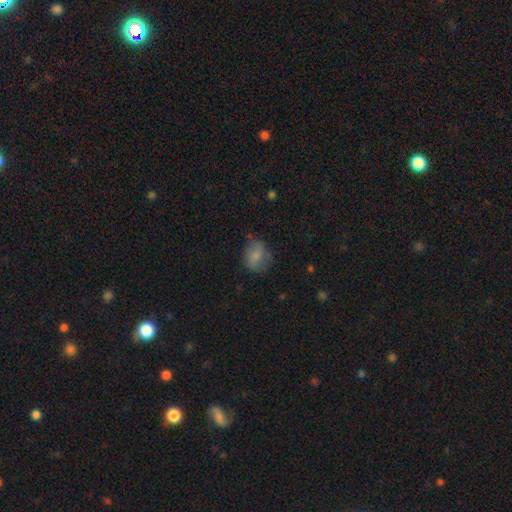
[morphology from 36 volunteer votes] smooth_or_featured: smooth (p=0.83) [alt: featured or disk p=0.08]
how_rounded: round (p=0.60) [alt: in between p=0.40]
merging: none (p=0.64) [alt: minor disturbance p=0.24]